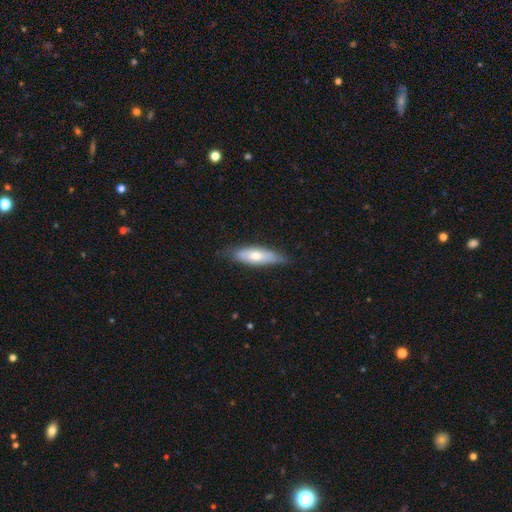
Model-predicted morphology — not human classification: Smooth or featured?
  - smooth: 57% *
  - featured or disk: 37%
  - star or artifact: 7%
How rounded?
  - cigar-shaped: 54% *
  - in between: 44%
  - round: 2%
Merging?
  - none: 78% *
  - minor disturbance: 17%
  - major disturbance: 3%
  - merger: 1%